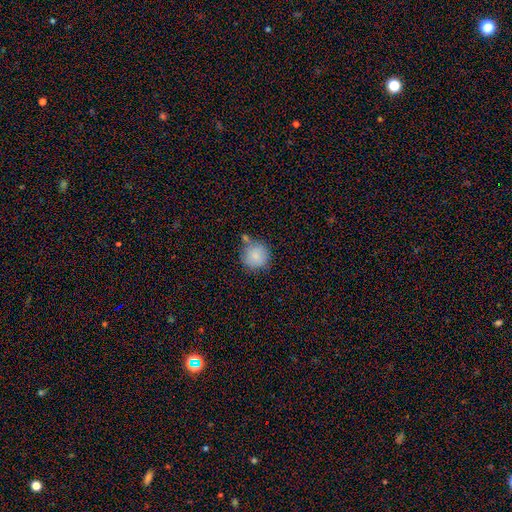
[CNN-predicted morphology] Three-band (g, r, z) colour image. It shows a smooth galaxy with no disk features (85%) that is round (93%). Merging: none (66%).